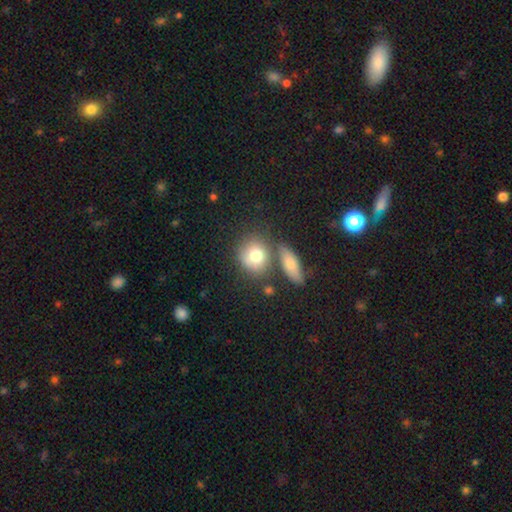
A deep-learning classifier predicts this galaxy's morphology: Overall: smooth (77%). How rounded: round (72%). Merging: none (58%; merger 24%).